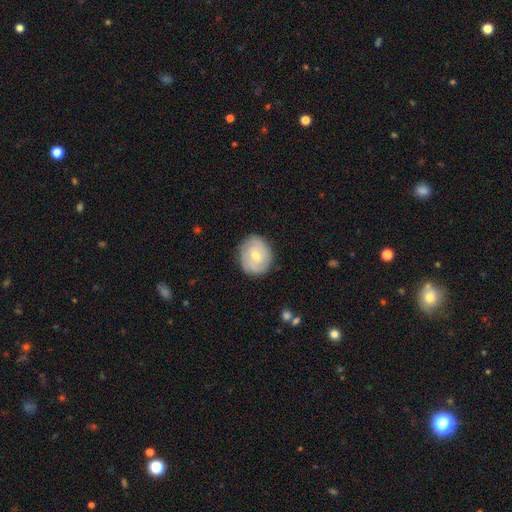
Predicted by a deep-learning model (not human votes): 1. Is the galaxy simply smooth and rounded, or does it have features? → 57% featured or disk, 36% smooth, 6% star or artifact.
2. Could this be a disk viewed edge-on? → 97% no, 3% yes.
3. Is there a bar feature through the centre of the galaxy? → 55% no, 38% weak, 7% strong.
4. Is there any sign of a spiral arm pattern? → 79% yes, 21% no.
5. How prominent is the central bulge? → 56% moderate, 40% small, 2% large, 1% none, 1% dominant.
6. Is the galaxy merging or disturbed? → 83% none, 13% minor disturbance, 3% major disturbance, 1% merger.